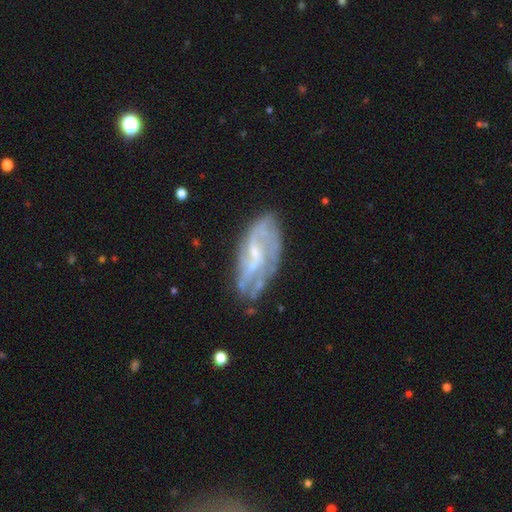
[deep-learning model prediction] A featured or disk galaxy (76%) with a weak bar (48%), medium (40%) spiral arms (80%) and a small central bulge (58%).

Vote fractions:
- Smooth or featured? featured or disk: 76% / smooth: 17% / star or artifact: 7%
- Edge-on disk? no: 93% / yes: 7%
- Bar? weak: 48% / no: 36% / strong: 15%
- Spiral arms? yes: 80% / no: 20%
- Spiral winding? medium: 40% / loose: 31% / tight: 29%
- Spiral arm count? can't tell: 41% / 2: 34% / 3: 12% / 1: 5% / 4: 5% / more than 4: 3%
- Bulge size? small: 58% / moderate: 23% / none: 17% / large: 2% / dominant: 1%
- Merging? none: 59% / minor disturbance: 24% / major disturbance: 14% / merger: 4%